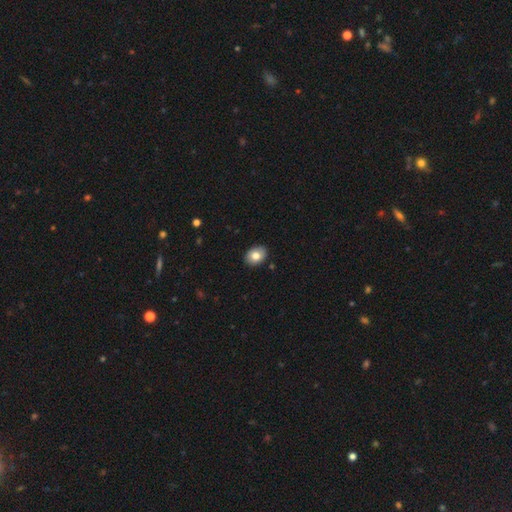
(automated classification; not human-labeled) The model was most divided on "how rounded": in between: 70%, round: 29%, cigar-shaped: 1%. More confident: merging — none (90%); smooth or featured — smooth (79%).